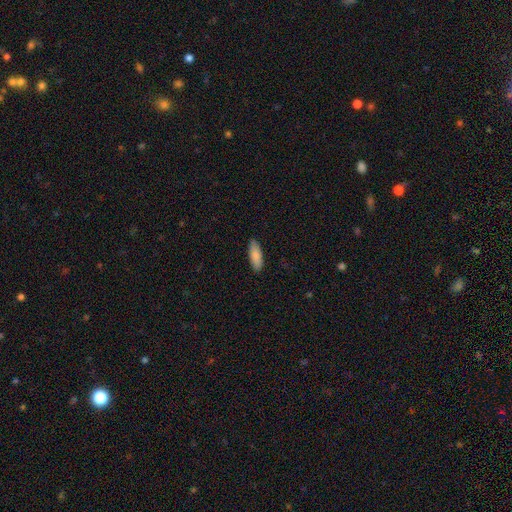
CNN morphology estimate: Smooth or featured? smooth (87%)
How rounded? in between (68%)
Merging? none (89%)